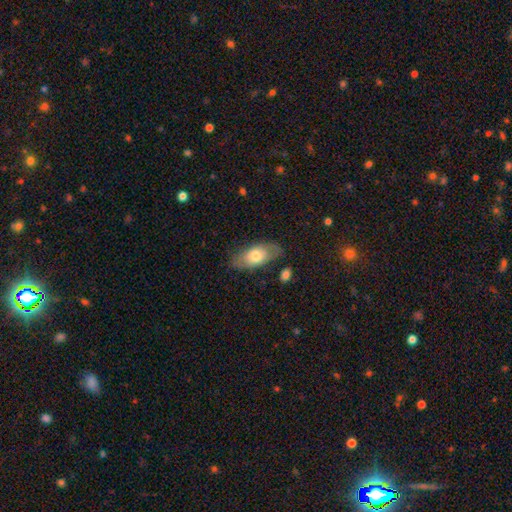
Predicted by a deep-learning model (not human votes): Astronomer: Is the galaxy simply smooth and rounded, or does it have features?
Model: smooth — 66%.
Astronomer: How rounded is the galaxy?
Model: in between — 89%.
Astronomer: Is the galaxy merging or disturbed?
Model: none — 71%.